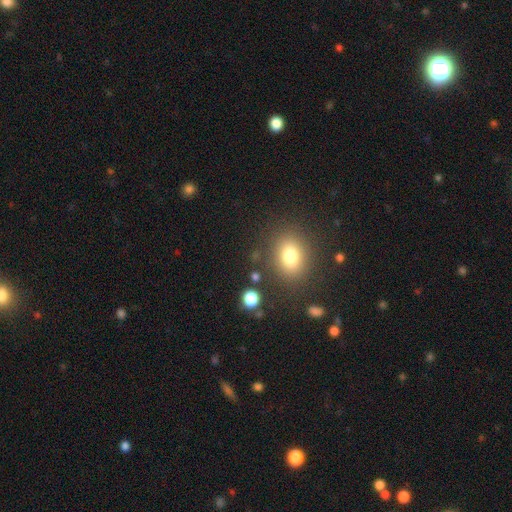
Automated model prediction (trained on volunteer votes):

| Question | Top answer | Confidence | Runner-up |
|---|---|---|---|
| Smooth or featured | smooth | 68% | star or artifact (23%) |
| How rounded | round | 53% | in between (45%) |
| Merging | none | 85% | minor disturbance (8%) |